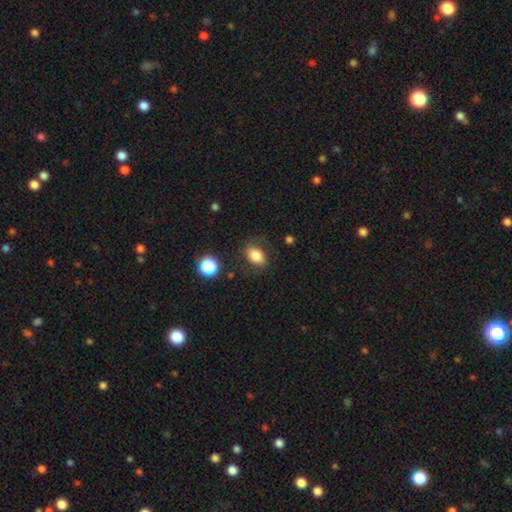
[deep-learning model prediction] This is likely a smooth galaxy (78%). How rounded: likely in between (71%). Merging: likely none (74%).